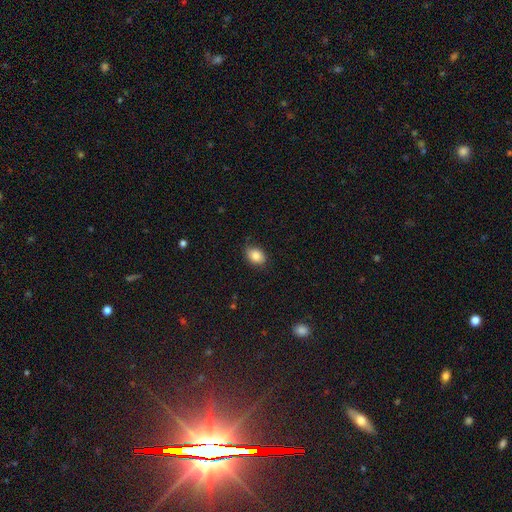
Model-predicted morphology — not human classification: A smooth galaxy with no disk features (85%) that is in between round and cigar-shaped (77%). Merging: none (79%).